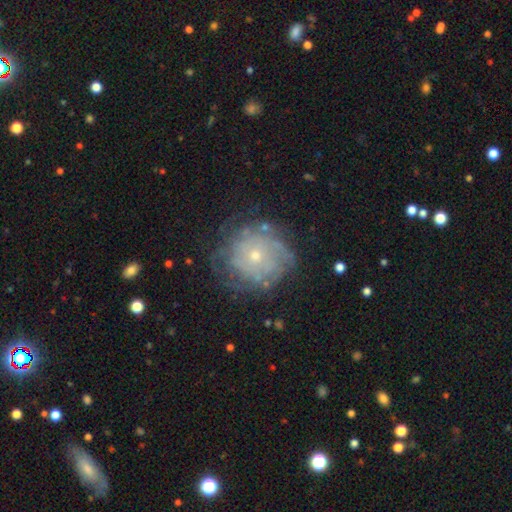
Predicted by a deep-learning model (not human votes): Smooth or featured? featured or disk (68%)
Edge-on disk? no (97%)
Bar? no (87%)
Spiral arms? yes (72%)
Bulge size? small (67%)
Merging? none (69%)